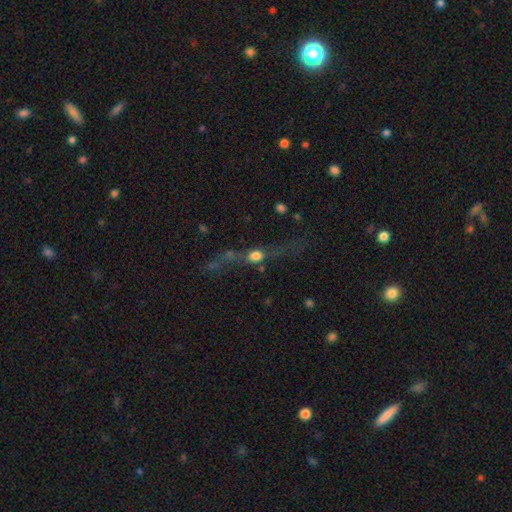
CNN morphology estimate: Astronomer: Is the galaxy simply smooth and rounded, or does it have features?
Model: featured or disk — 49% (runner-up: smooth, 37%).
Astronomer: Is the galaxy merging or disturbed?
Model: none — 54%.